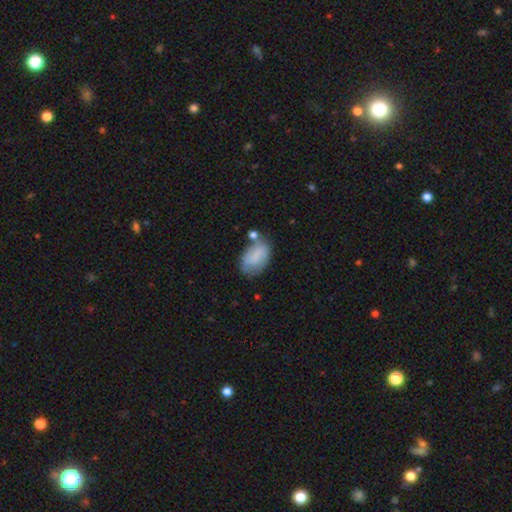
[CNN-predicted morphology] Q: Smooth or featured?
A: smooth (71%); runner-up: featured or disk (21%)
Q: How rounded?
A: in between (89%); runner-up: round (9%)
Q: Merging?
A: none (52%); runner-up: minor disturbance (27%)